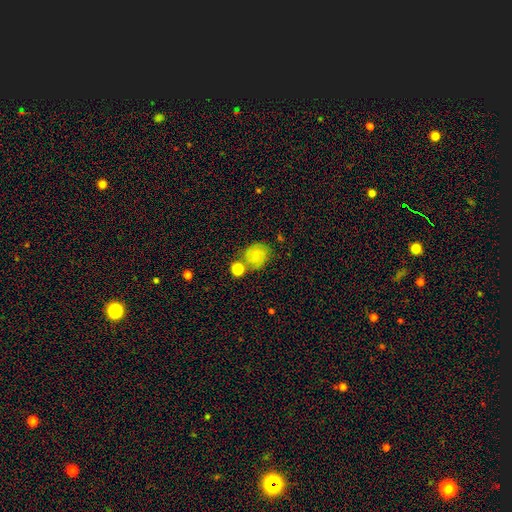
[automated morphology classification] A smooth galaxy with no disk features (75%) that is round (77%). Merging: none (59%).